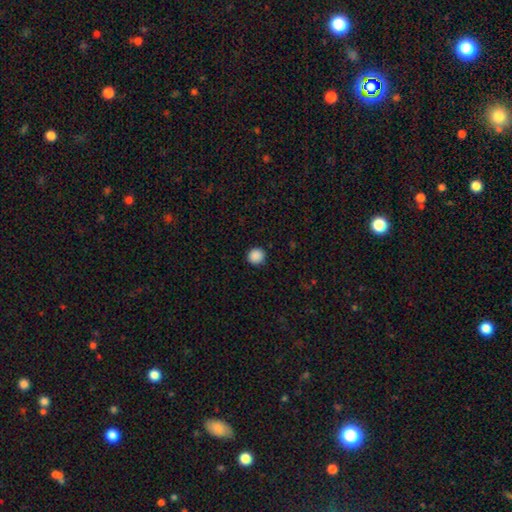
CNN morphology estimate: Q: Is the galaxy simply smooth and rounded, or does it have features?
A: smooth — 88%.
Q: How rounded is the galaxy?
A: round — 92%.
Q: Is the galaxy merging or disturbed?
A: none — 91%.